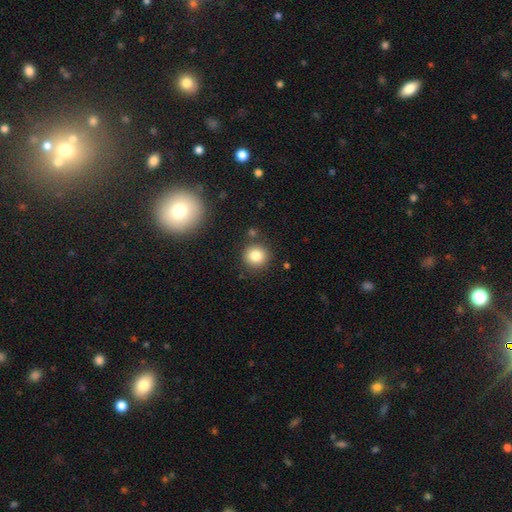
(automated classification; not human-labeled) Smooth or featured? smooth (82%)
How rounded? round (91%)
Merging? none (85%)